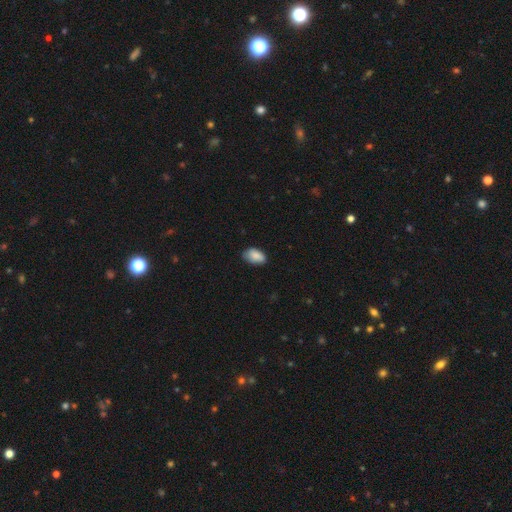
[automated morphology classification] smooth-or-featured: smooth: 87% | star or artifact: 7% | featured or disk: 6%
  how-rounded: in between: 92% | round: 7% | cigar-shaped: 2%
  merging: none: 73% | minor disturbance: 23% | major disturbance: 3% | merger: 1%